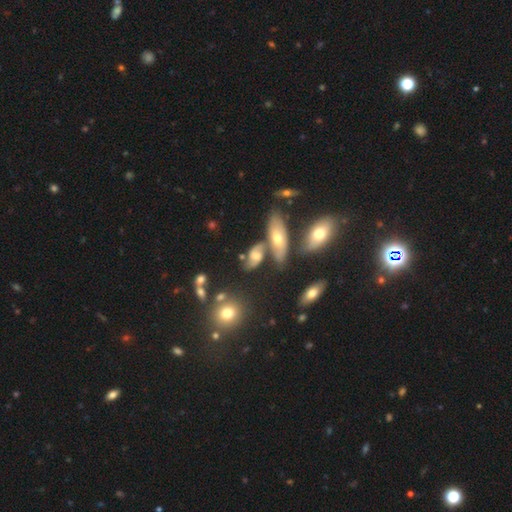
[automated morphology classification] featured or disk 55%, smooth 34%, star or artifact 11%. Down the decision tree: edge-on disk — no (89%); merging — none (42%).